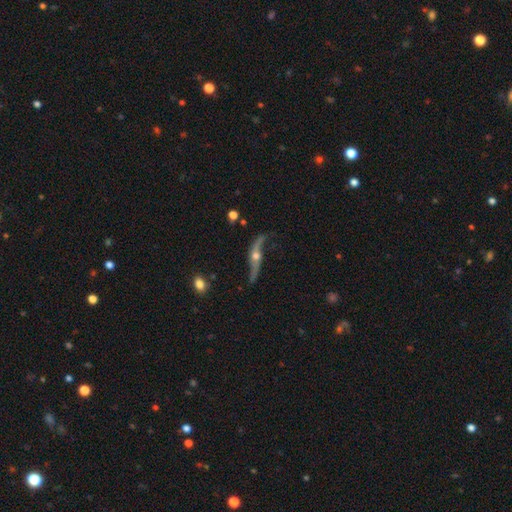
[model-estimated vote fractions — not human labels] smooth_or_featured: featured or disk (p=0.87) [alt: smooth p=0.07]
disk_edge_on: no (p=0.61) [alt: yes p=0.39]
bar: no (p=0.70) [alt: weak p=0.19]
has_spiral_arms: yes (p=0.93) [alt: no p=0.07]
bulge_size: moderate (p=0.59) [alt: small p=0.32]
merging: none (p=0.65) [alt: minor disturbance p=0.21]